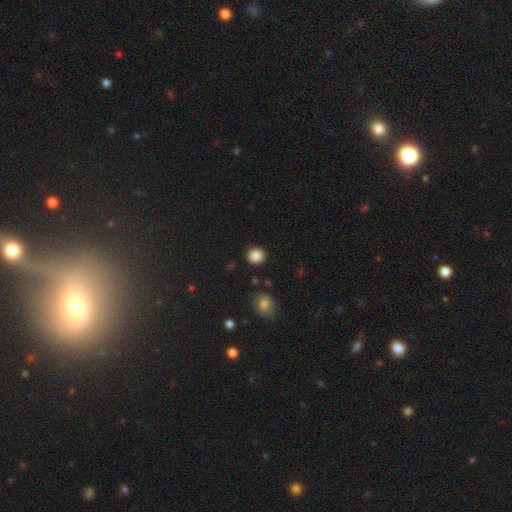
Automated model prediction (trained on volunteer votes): smooth-or-featured: smooth: 87% | star or artifact: 10% | featured or disk: 3%
  how-rounded: round: 89% | in between: 10% | cigar-shaped: 1%
  merging: none: 89% | minor disturbance: 7% | major disturbance: 2% | merger: 2%